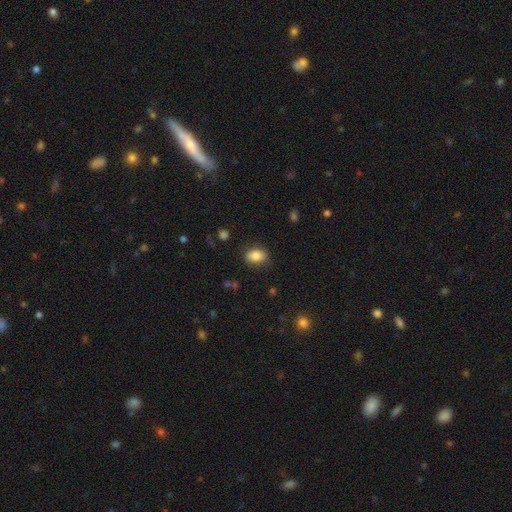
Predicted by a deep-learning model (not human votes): Smooth or featured: smooth — 83% (featured or disk — 8%)
How rounded: in between — 81% (round — 17%)
Merging: none — 81% (minor disturbance — 14%)